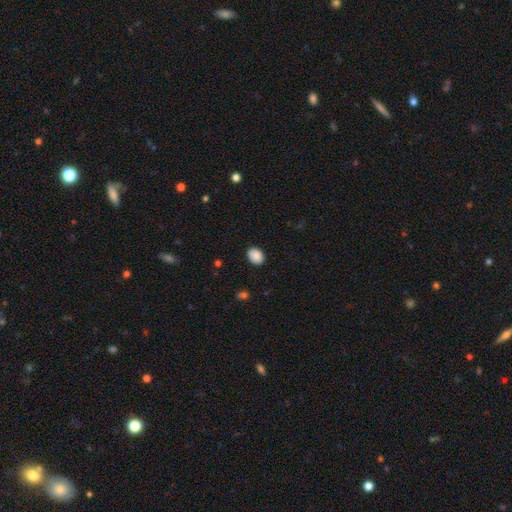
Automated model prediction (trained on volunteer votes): Overall: smooth (88%). How rounded: in between (71%). Merging: none (87%).